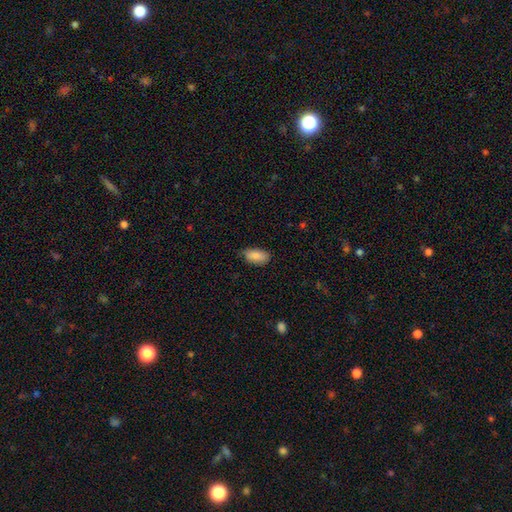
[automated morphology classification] A smooth galaxy with no disk features (86%) that is in between round and cigar-shaped (92%).

Vote fractions:
- Smooth or featured? smooth: 86% / featured or disk: 7% / star or artifact: 7%
- How rounded? in between: 92% / cigar-shaped: 5% / round: 3%
- Merging? none: 74% / minor disturbance: 22% / major disturbance: 3% / merger: 1%